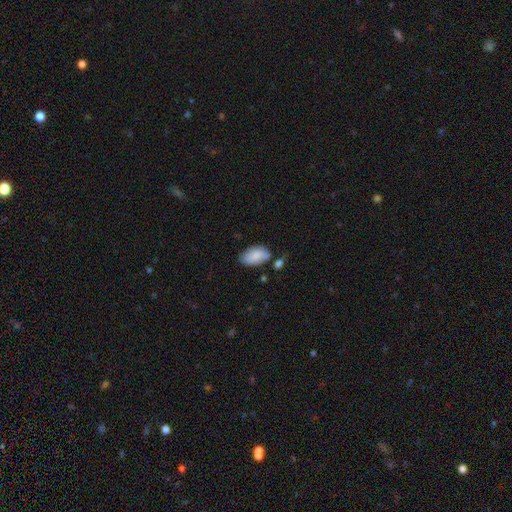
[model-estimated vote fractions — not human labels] Overall: smooth (84%). How rounded: in between (94%). Merging: none (61%; minor disturbance 24%).